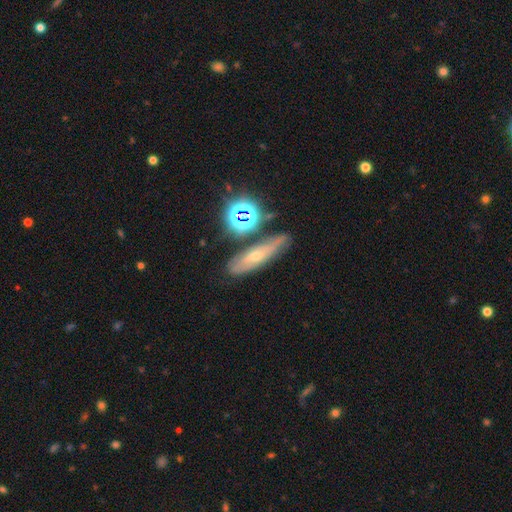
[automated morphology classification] Smooth or featured?
  - featured or disk: 41% *
  - smooth: 35%
  - star or artifact: 24%
Merging?
  - none: 70% *
  - minor disturbance: 18%
  - merger: 7%
  - major disturbance: 6%